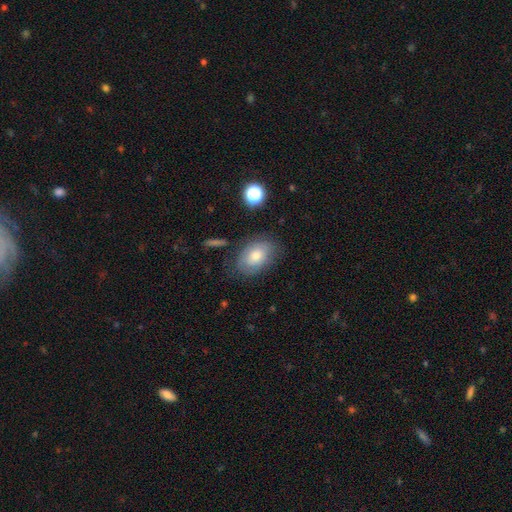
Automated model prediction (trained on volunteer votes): Overall: smooth (63%; featured or disk 26%). How rounded: in between (83%). Merging: none (75%).